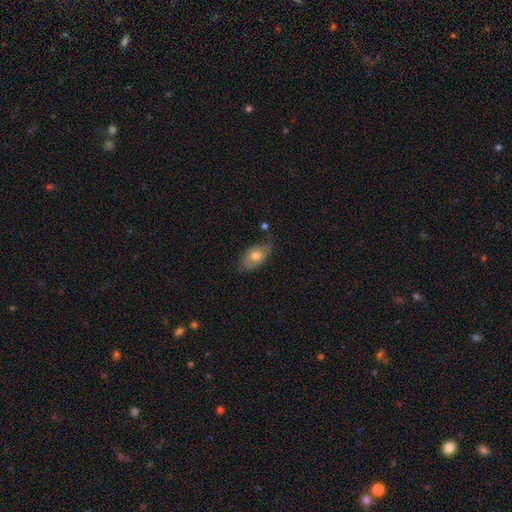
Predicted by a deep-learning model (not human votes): The model was most divided on "merging": none: 59%, minor disturbance: 30%, major disturbance: 8%, merger: 4%. More confident: how rounded — in between (90%); smooth or featured — smooth (66%).